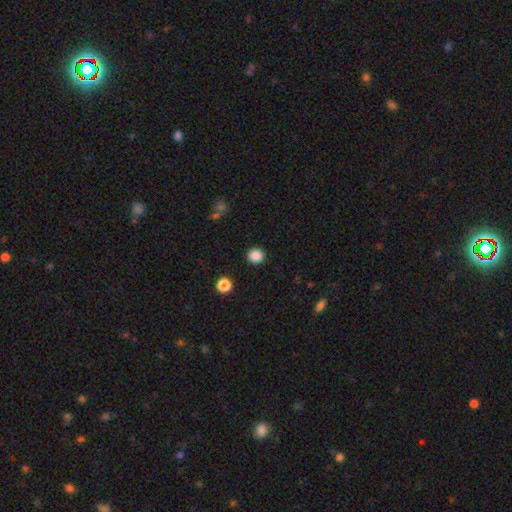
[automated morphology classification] smooth-or-featured: smooth: 86% | star or artifact: 11% | featured or disk: 3%
  how-rounded: round: 92% | in between: 7% | cigar-shaped: 1%
  merging: none: 91% | minor disturbance: 5% | major disturbance: 2% | merger: 1%